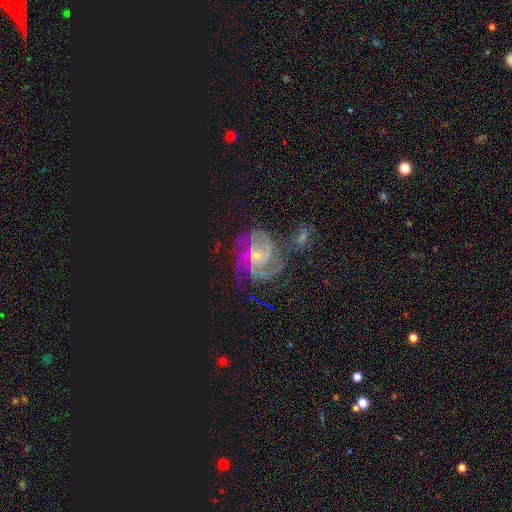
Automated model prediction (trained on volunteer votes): Smooth or featured: featured or disk — 82% (star or artifact — 12%)
Edge-on disk: no — 98% (yes — 2%)
Bar: no — 58% (weak — 33%)
Spiral arms: yes — 96% (no — 4%)
Spiral winding: tight — 57% (medium — 36%)
Spiral arm count: 3 — 27% (can't tell — 21%)
Bulge size: small — 78% (moderate — 17%)
Merging: none — 57% (minor disturbance — 19%)